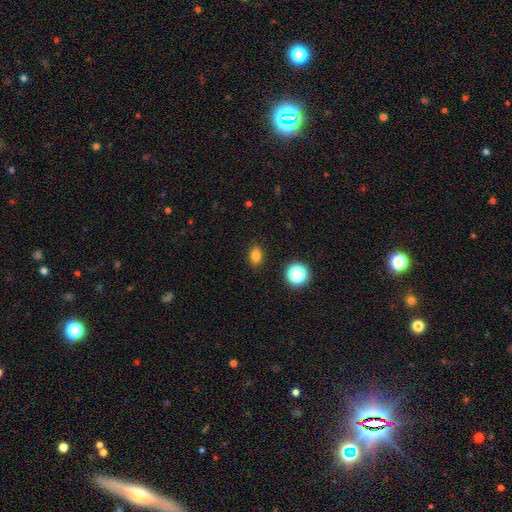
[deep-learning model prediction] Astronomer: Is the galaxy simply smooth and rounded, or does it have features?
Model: smooth — 80%.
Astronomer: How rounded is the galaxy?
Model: in between — 72%.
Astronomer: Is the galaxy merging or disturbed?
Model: none — 88%.